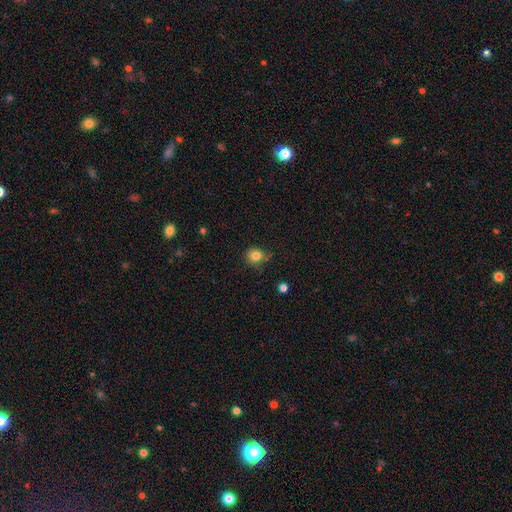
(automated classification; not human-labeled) A smooth galaxy with no disk features (82%) that is round (80%).

Vote fractions:
- Smooth or featured? smooth: 82% / star or artifact: 12% / featured or disk: 6%
- How rounded? round: 80% / in between: 19% / cigar-shaped: 1%
- Merging? none: 75% / minor disturbance: 18% / major disturbance: 4% / merger: 3%